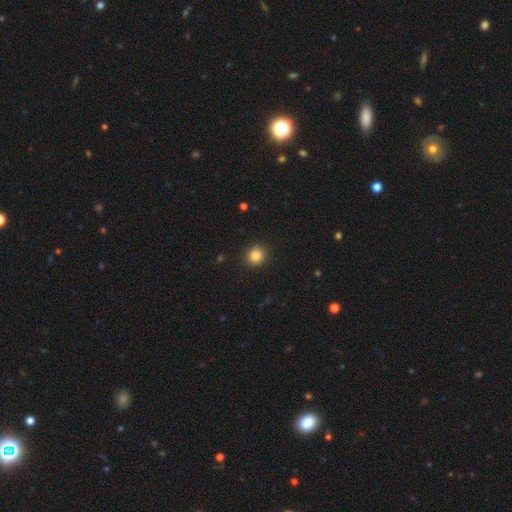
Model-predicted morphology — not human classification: A smooth galaxy with no disk features (84%) that is round (88%).

Vote fractions:
- Smooth or featured? smooth: 84% / star or artifact: 11% / featured or disk: 5%
- How rounded? round: 88% / in between: 11% / cigar-shaped: 1%
- Merging? none: 91% / minor disturbance: 6% / major disturbance: 2% / merger: 1%